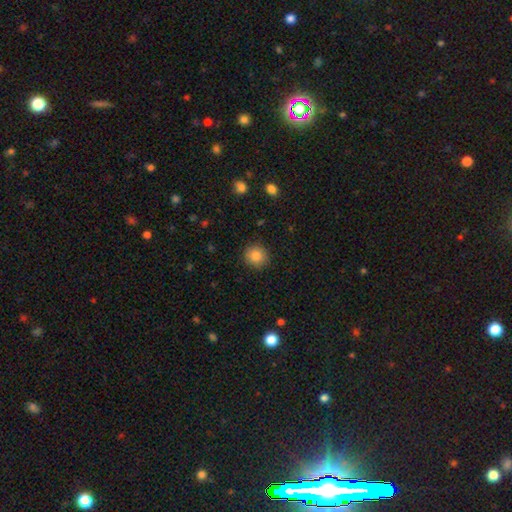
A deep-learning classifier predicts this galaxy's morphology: Smooth or featured?
  - smooth: 85% *
  - star or artifact: 10%
  - featured or disk: 6%
How rounded?
  - round: 90% *
  - in between: 9%
  - cigar-shaped: 1%
Merging?
  - none: 90% *
  - minor disturbance: 6%
  - major disturbance: 2%
  - merger: 1%